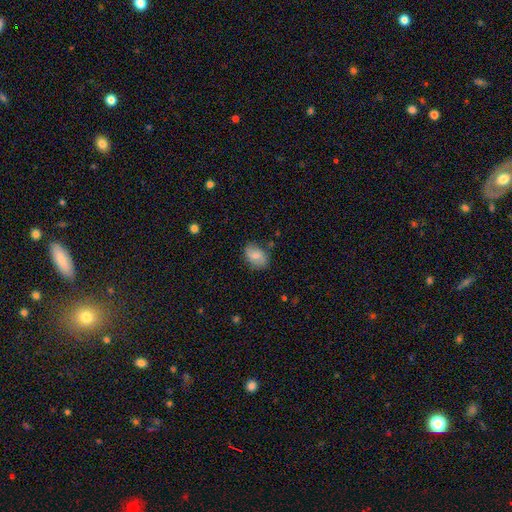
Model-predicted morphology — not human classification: smooth_or_featured: smooth (p=0.70) [alt: featured or disk p=0.22]
how_rounded: in between (p=0.83) [alt: round p=0.16]
merging: none (p=0.75) [alt: minor disturbance p=0.19]